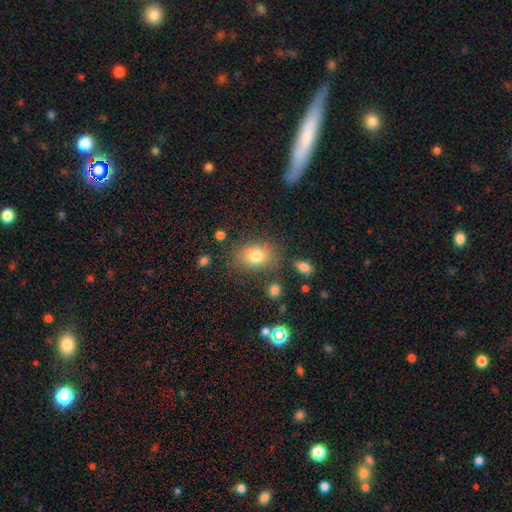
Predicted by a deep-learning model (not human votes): Morphology: type=smooth (78%); roundness=in between (61%); merging=none (70%).